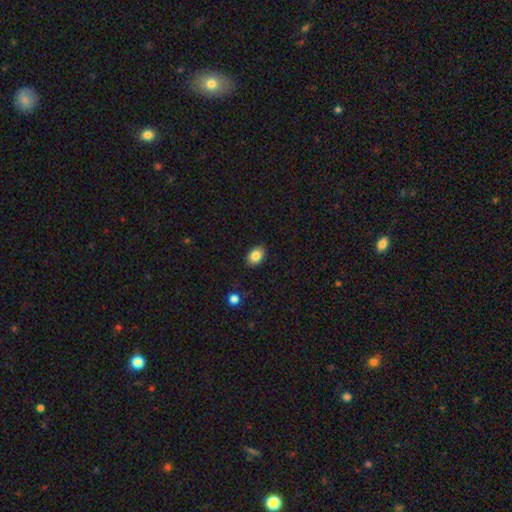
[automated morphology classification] Smooth or featured? smooth (85%)
How rounded? in between (75%)
Merging? none (88%)